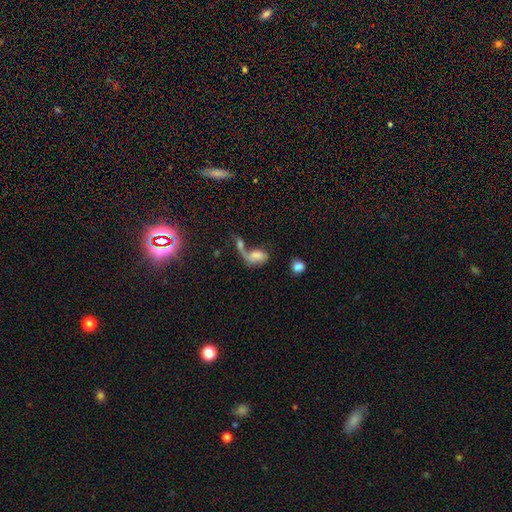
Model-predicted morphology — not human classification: type=smooth (59%); roundness=in between (82%); merging=merger (58%).